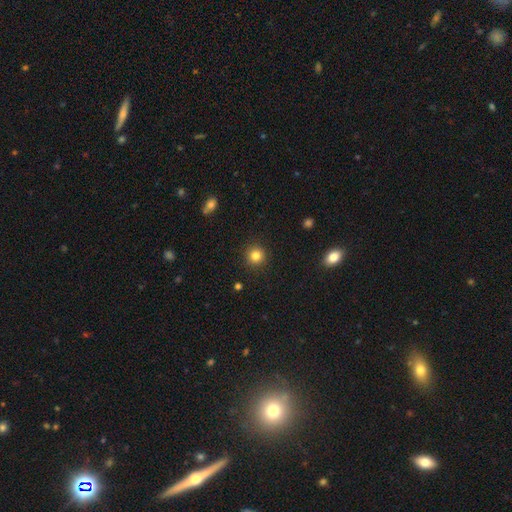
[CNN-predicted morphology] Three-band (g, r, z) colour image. It shows a smooth galaxy with no disk features (83%) that is round (94%). Merging: none (92%).